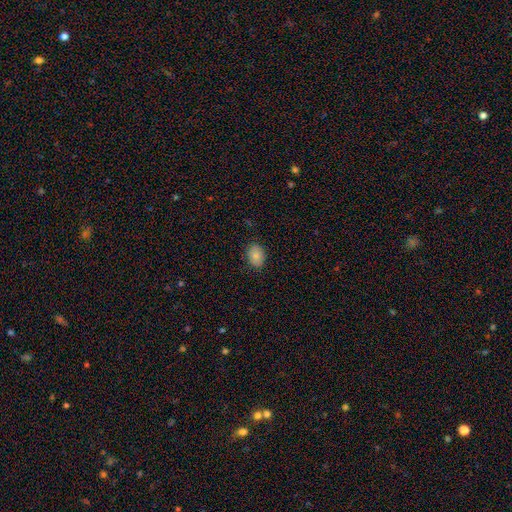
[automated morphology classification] Q: Smooth or featured?
A: smooth (86%); runner-up: star or artifact (8%)
Q: How rounded?
A: in between (75%); runner-up: round (24%)
Q: Merging?
A: none (86%); runner-up: minor disturbance (10%)